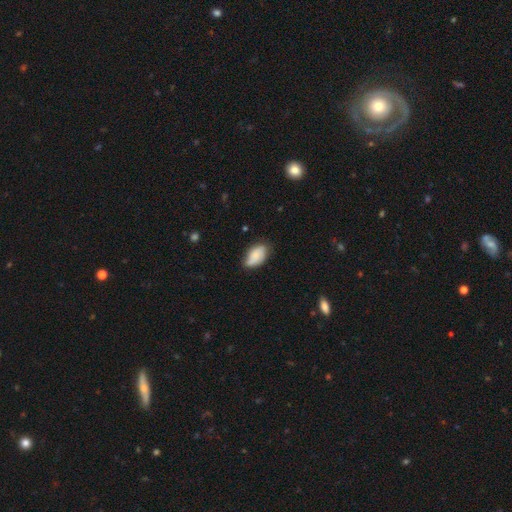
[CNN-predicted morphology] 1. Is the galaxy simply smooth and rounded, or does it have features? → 76% smooth, 16% featured or disk, 7% star or artifact.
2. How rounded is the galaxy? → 92% in between, 5% round, 2% cigar-shaped.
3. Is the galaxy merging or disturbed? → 63% none, 29% minor disturbance, 5% major disturbance, 2% merger.